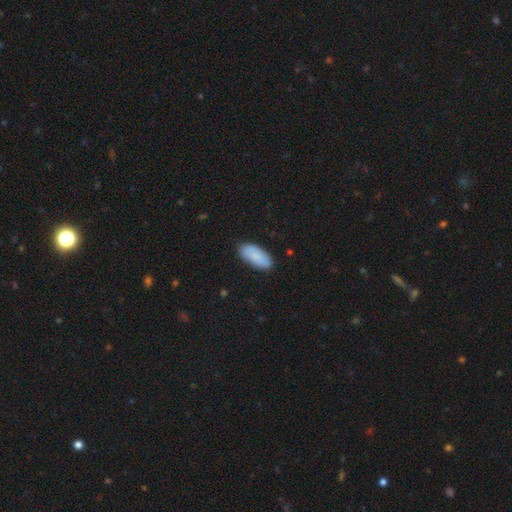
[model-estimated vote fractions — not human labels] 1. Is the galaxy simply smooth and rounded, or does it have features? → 89% smooth, 6% featured or disk, 6% star or artifact.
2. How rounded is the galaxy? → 88% in between, 10% cigar-shaped, 2% round.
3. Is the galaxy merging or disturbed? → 86% none, 11% minor disturbance, 2% major disturbance, 1% merger.